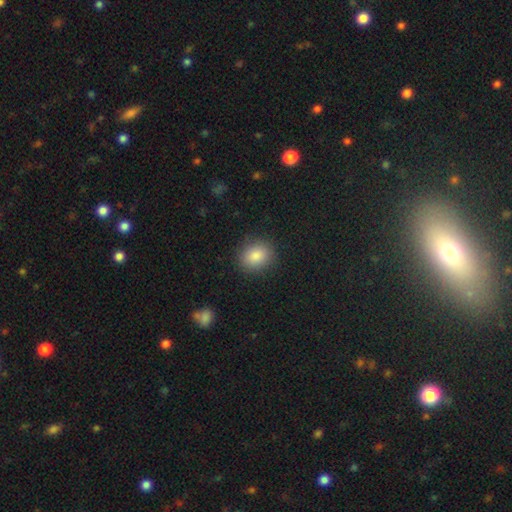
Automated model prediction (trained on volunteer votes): smooth_or_featured: smooth (p=0.85) [alt: star or artifact p=0.09]
how_rounded: round (p=0.59) [alt: in between p=0.40]
merging: none (p=0.88) [alt: minor disturbance p=0.08]